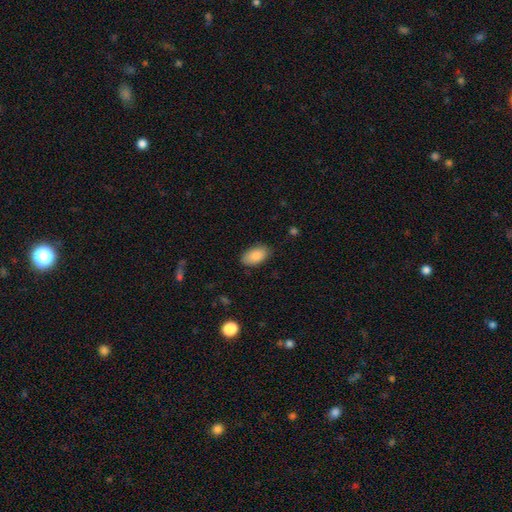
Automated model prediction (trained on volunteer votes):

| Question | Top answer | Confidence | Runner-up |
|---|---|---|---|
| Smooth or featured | smooth | 87% | star or artifact (7%) |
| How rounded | in between | 94% | round (4%) |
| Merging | none | 85% | minor disturbance (12%) |